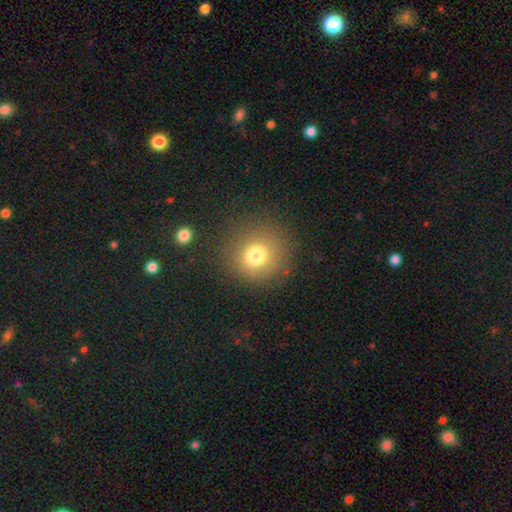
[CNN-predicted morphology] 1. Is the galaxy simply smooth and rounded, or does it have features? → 75% smooth, 16% star or artifact, 10% featured or disk.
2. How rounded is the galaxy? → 91% round, 8% in between, 1% cigar-shaped.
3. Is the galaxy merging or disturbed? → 84% none, 9% minor disturbance, 5% major disturbance, 2% merger.